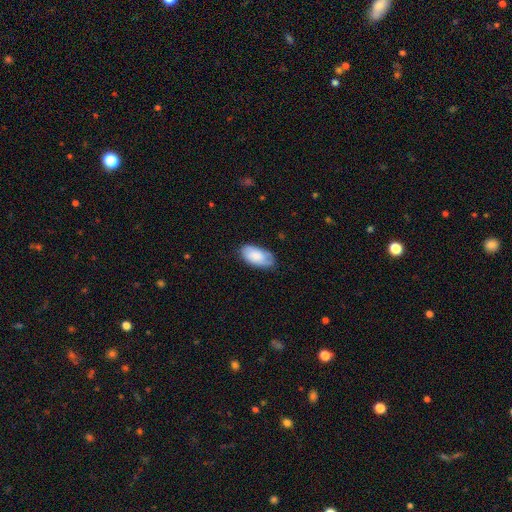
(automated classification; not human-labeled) Smooth or featured: smooth — 79% (featured or disk — 15%)
How rounded: in between — 95% (round — 3%)
Merging: none — 69% (minor disturbance — 25%)